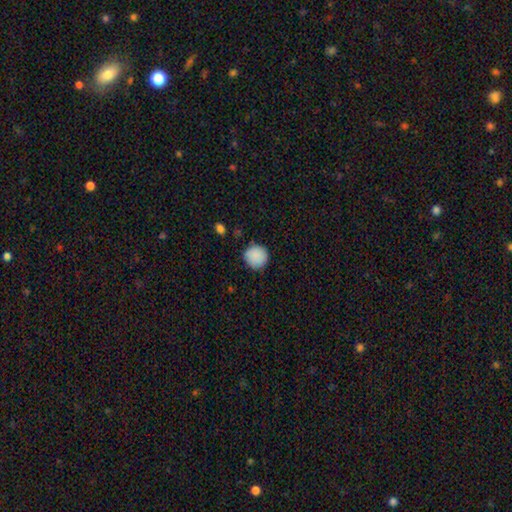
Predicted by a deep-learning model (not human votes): A smooth galaxy with no disk features (89%) that is round (92%). Merging: none (84%).